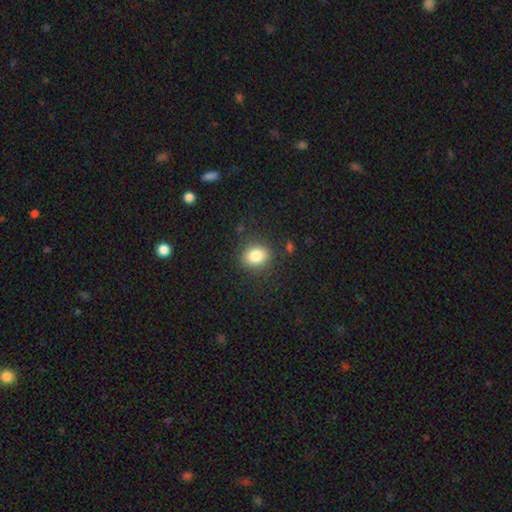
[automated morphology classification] A smooth galaxy with no disk features (83%) that is round (62%). Merging: none (85%).